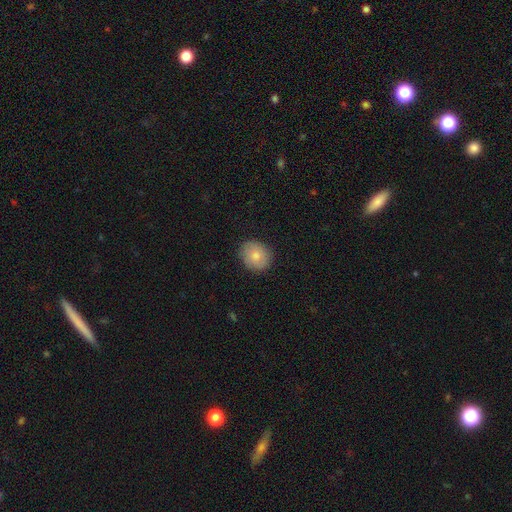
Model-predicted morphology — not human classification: This appears to be a smooth galaxy with no disk features (81%) that is round (73%). Merging: none (87%).